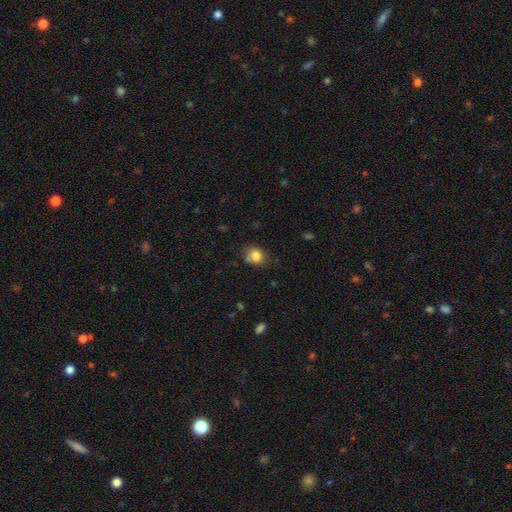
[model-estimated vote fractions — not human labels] Smooth or featured? smooth (82%)
How rounded? round (62%)
Merging? none (63%)